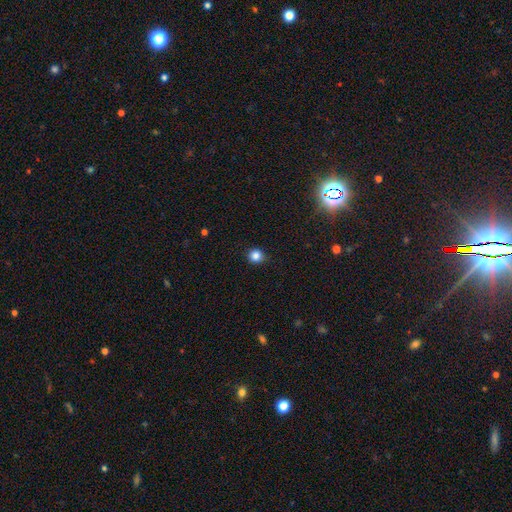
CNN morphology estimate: type=smooth (84%); roundness=round (89%); merging=none (87%).